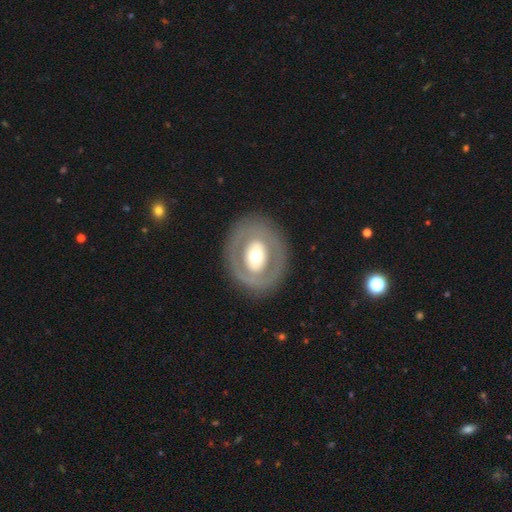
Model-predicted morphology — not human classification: A featured or disk galaxy (60%) with no bar (75%), no spiral arms (88%) and a moderate central bulge (61%).

Vote fractions:
- Smooth or featured? featured or disk: 60% / smooth: 34% / star or artifact: 6%
- Edge-on disk? no: 94% / yes: 6%
- Bar? no: 75% / weak: 15% / strong: 10%
- Spiral arms? no: 88% / yes: 12%
- Bulge size? moderate: 61% / large: 23% / small: 12% / dominant: 2% / none: 1%
- Merging? none: 82% / minor disturbance: 11% / major disturbance: 6% / merger: 1%